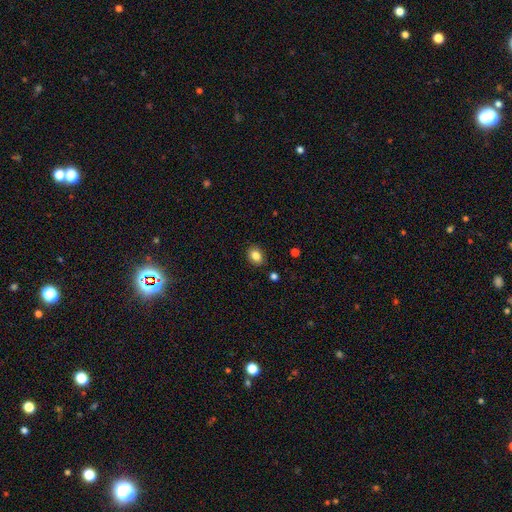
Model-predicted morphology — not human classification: Smooth or featured? smooth (84%)
How rounded? in between (62%)
Merging? none (86%)